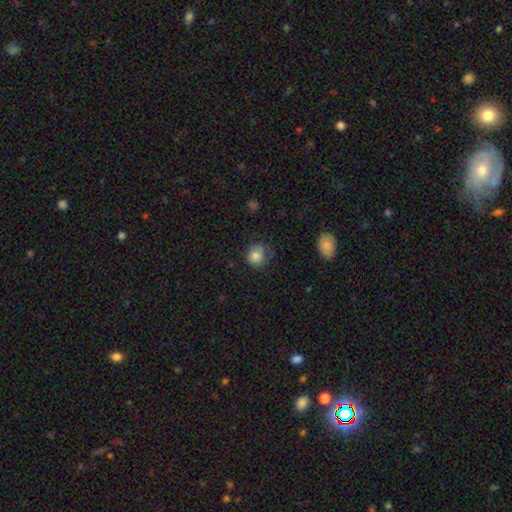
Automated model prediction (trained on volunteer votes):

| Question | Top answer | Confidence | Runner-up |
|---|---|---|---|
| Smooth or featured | smooth | 81% | star or artifact (10%) |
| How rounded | round | 79% | in between (20%) |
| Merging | none | 58% | minor disturbance (28%) |